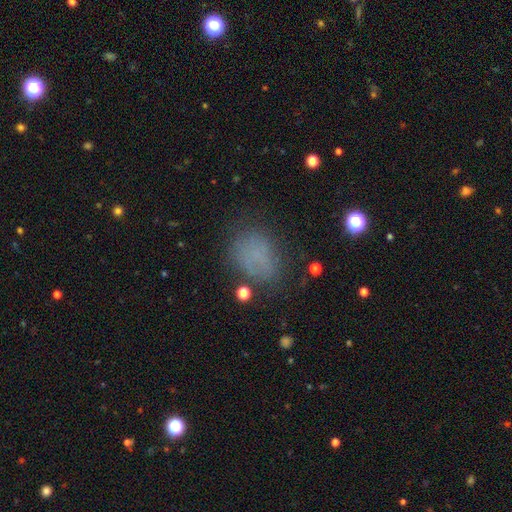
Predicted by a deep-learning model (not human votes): A smooth galaxy with no disk features (68%) that is in between round and cigar-shaped (54%). Merging: none (64%).